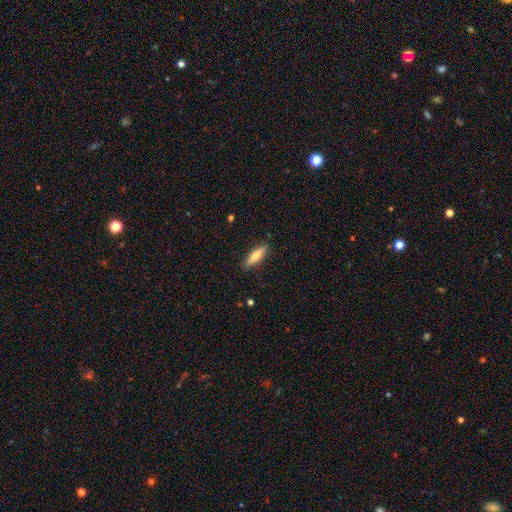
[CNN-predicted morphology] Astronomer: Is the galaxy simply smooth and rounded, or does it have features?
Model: smooth — 66%.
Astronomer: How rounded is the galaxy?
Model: cigar-shaped — 69%.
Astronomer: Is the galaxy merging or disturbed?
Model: none — 88%.